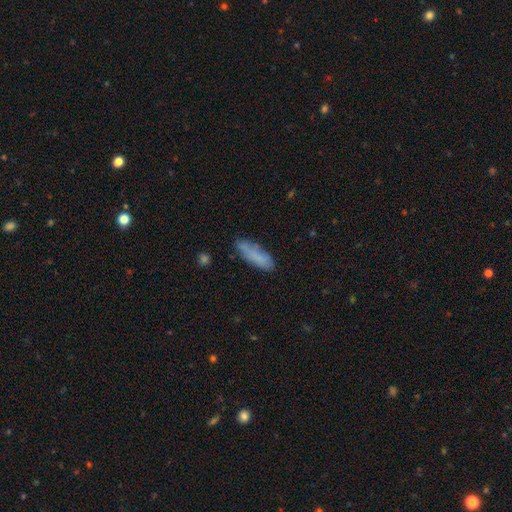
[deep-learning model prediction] This is likely a smooth galaxy (78%). How rounded: possibly cigar-shaped (52%). Merging: likely none (69%).